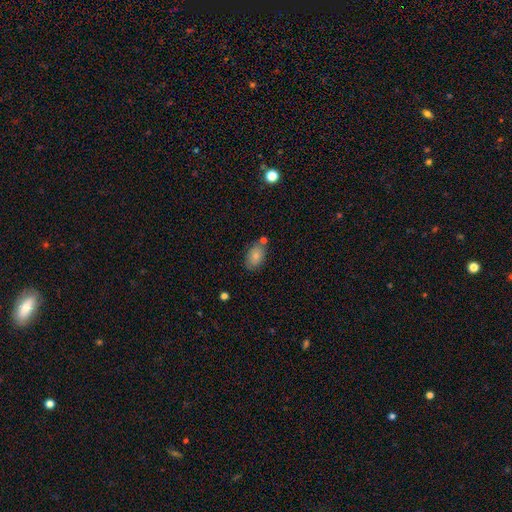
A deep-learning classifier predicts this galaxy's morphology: smooth_or_featured: smooth (p=0.78) [alt: featured or disk p=0.14]
how_rounded: in between (p=0.89) [alt: round p=0.10]
merging: none (p=0.67) [alt: minor disturbance p=0.18]